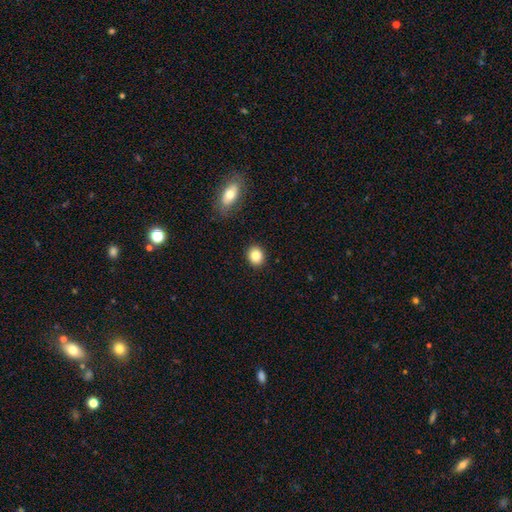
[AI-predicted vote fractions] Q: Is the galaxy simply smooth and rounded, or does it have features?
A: smooth — 84%.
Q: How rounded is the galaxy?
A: round — 70%.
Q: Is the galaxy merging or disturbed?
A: none — 90%.